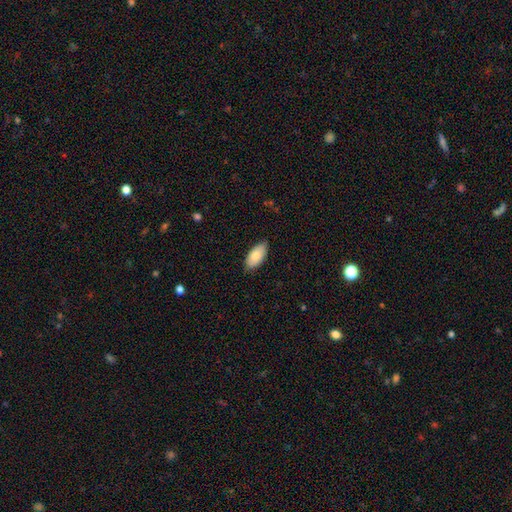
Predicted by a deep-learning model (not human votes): A smooth galaxy with no disk features (81%) that is in between round and cigar-shaped (94%).

Vote fractions:
- Smooth or featured? smooth: 81% / featured or disk: 13% / star or artifact: 6%
- How rounded? in between: 94% / cigar-shaped: 3% / round: 2%
- Merging? none: 83% / minor disturbance: 14% / major disturbance: 2% / merger: 1%